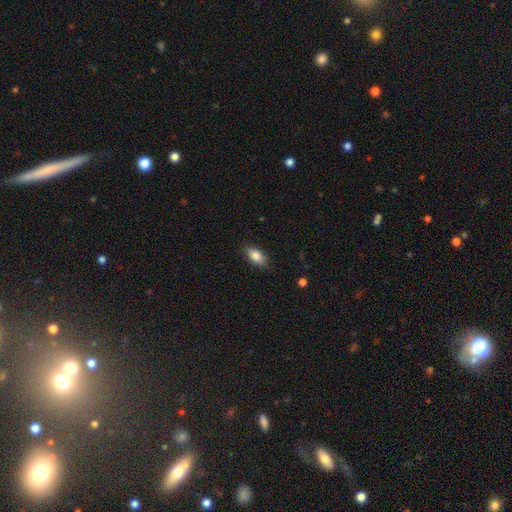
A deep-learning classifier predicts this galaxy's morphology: Smooth or featured: smooth — 85% (featured or disk — 8%)
How rounded: in between — 90% (cigar-shaped — 6%)
Merging: none — 86% (minor disturbance — 11%)